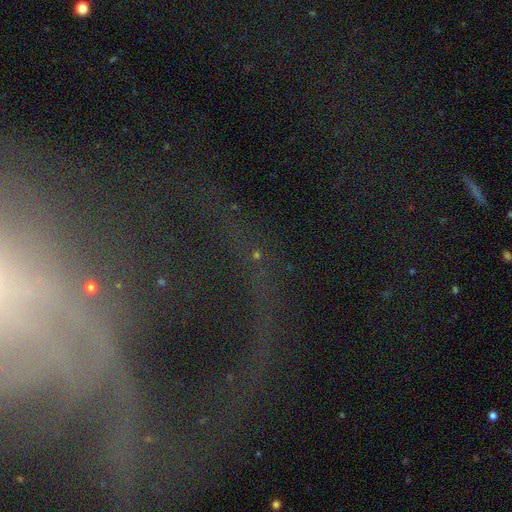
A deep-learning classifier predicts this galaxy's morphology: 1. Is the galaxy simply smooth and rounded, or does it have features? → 64% star or artifact, 22% featured or disk, 14% smooth.